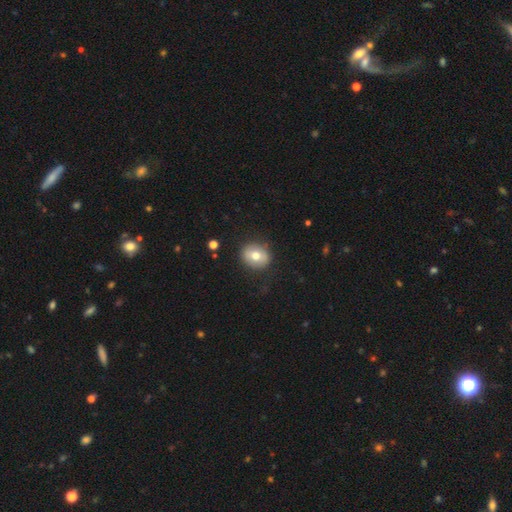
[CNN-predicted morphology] This is likely a smooth galaxy (67%). How rounded: likely round (66%). Merging: clearly none (84%).